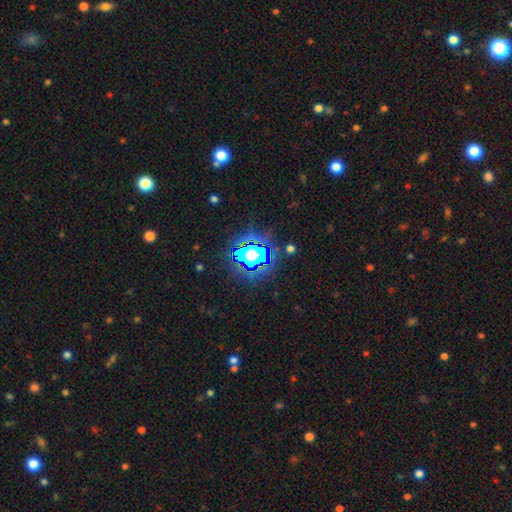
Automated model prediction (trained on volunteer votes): Morphology: type=star or artifact (77%).